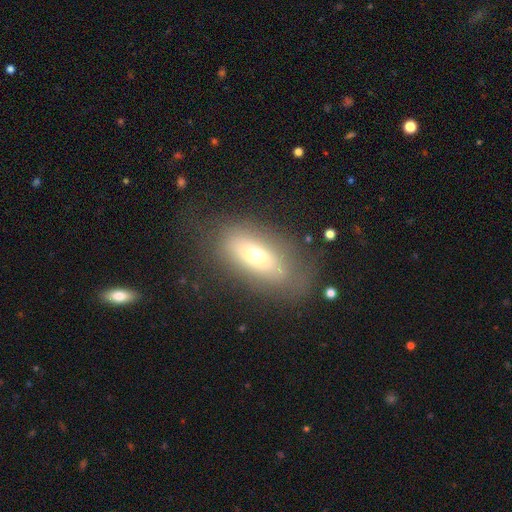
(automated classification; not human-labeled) smooth-or-featured: smooth: 55% | featured or disk: 35% | star or artifact: 10%
  how-rounded: in between: 80% | cigar-shaped: 12% | round: 8%
  merging: none: 65% | minor disturbance: 19% | major disturbance: 13% | merger: 2%